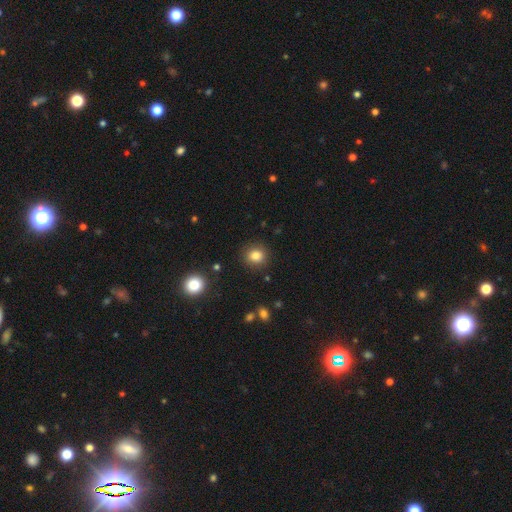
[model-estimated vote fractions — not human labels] Smooth or featured?
  - smooth: 83% *
  - star or artifact: 11%
  - featured or disk: 6%
How rounded?
  - round: 85% *
  - in between: 14%
  - cigar-shaped: 1%
Merging?
  - none: 88% *
  - minor disturbance: 8%
  - major disturbance: 3%
  - merger: 2%